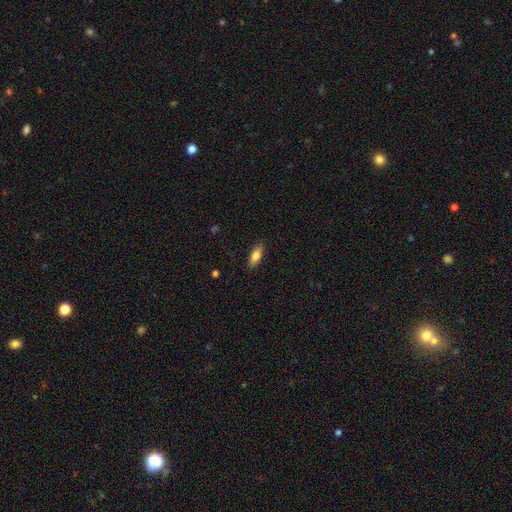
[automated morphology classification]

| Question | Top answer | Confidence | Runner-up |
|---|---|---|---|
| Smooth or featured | smooth | 81% | featured or disk (12%) |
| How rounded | in between | 73% | cigar-shaped (25%) |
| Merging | none | 87% | minor disturbance (10%) |